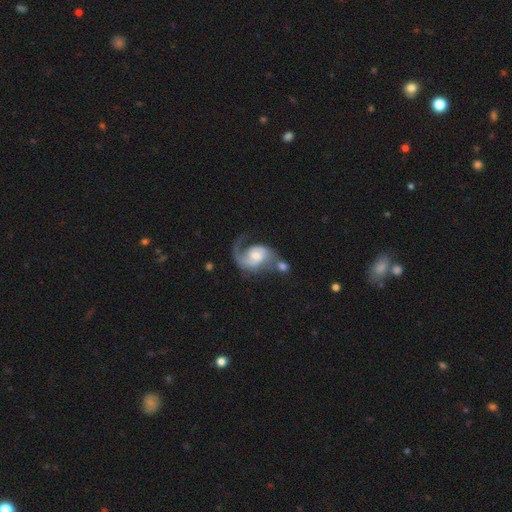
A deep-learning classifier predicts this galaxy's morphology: Q: Smooth or featured?
A: featured or disk (85%); runner-up: smooth (10%)
Q: Edge-on disk?
A: no (98%); runner-up: yes (2%)
Q: Bar?
A: no (46%); runner-up: weak (44%)
Q: Spiral arms?
A: yes (96%); runner-up: no (4%)
Q: Spiral winding?
A: medium (46%); runner-up: loose (39%)
Q: Spiral arm count?
A: 2 (56%); runner-up: 1 (38%)
Q: Bulge size?
A: moderate (51%); runner-up: small (33%)
Q: Merging?
A: none (36%); runner-up: major disturbance (24%)